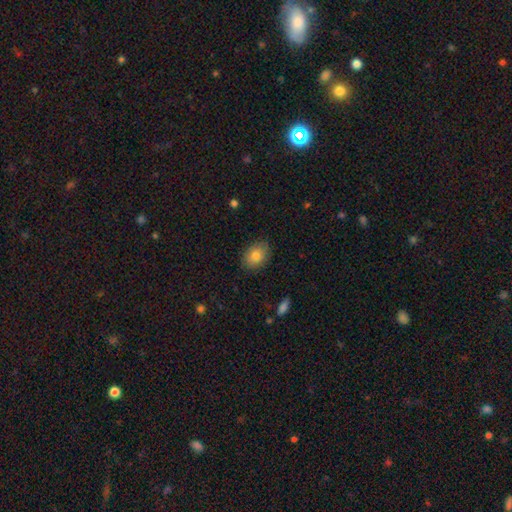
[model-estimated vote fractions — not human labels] Q: Smooth or featured?
A: smooth (83%); runner-up: featured or disk (9%)
Q: How rounded?
A: in between (73%); runner-up: round (26%)
Q: Merging?
A: none (86%); runner-up: minor disturbance (11%)